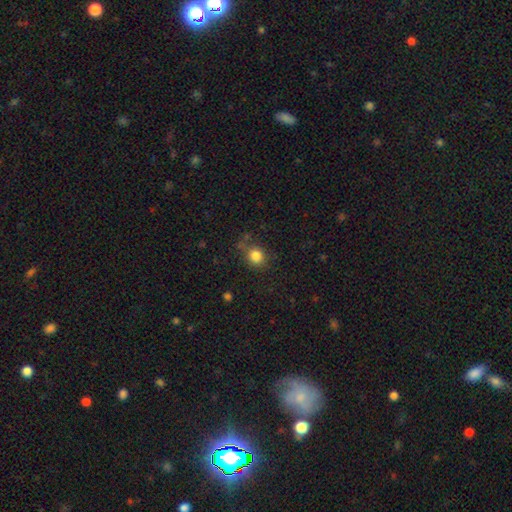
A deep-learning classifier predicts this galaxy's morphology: This is clearly a smooth galaxy (83%). How rounded: clearly round (81%). Merging: likely none (74%).